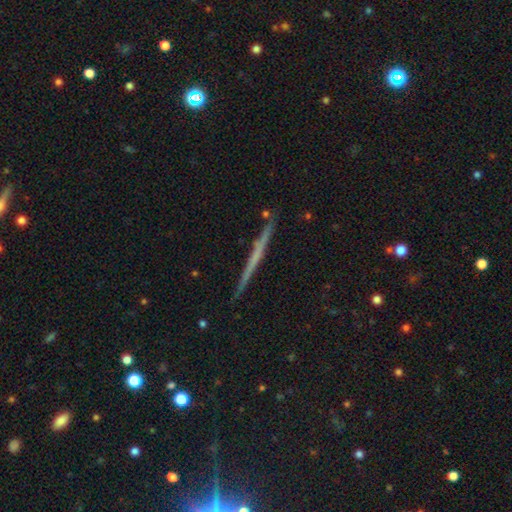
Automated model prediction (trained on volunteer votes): Morphology: type=featured or disk (59%); edge-on=yes (98%); edge-on bulge=none (88%); merging=none (92%).